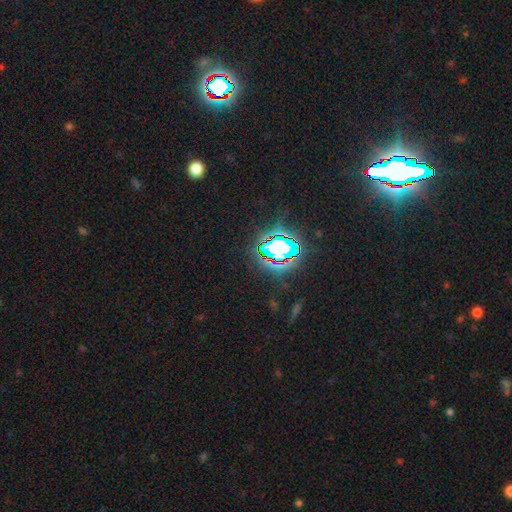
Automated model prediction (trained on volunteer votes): Smooth or featured? Predicted: star or artifact (p=0.83).